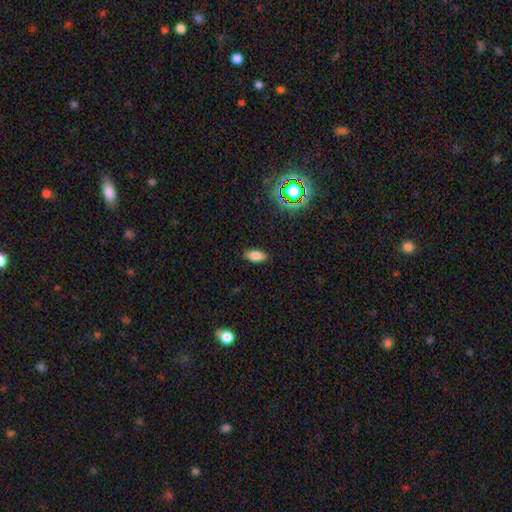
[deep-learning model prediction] A smooth galaxy with no disk features (81%) that is in between round and cigar-shaped (91%).

Vote fractions:
- Smooth or featured? smooth: 81% / star or artifact: 11% / featured or disk: 7%
- How rounded? in between: 91% / cigar-shaped: 6% / round: 4%
- Merging? none: 86% / minor disturbance: 10% / major disturbance: 2% / merger: 1%